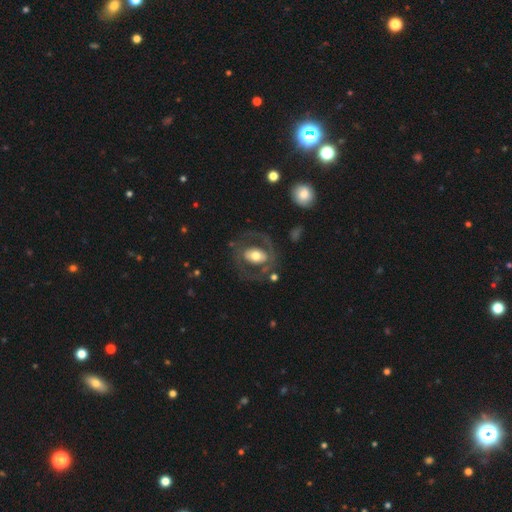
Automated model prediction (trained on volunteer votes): Smooth or featured?
  - featured or disk: 59% *
  - smooth: 35%
  - star or artifact: 6%
Edge-on disk?
  - no: 95% *
  - yes: 5%
Bar?
  - no: 54% *
  - weak: 25%
  - strong: 20%
Spiral arms?
  - no: 57% *
  - yes: 43%
Bulge size?
  - moderate: 58% *
  - large: 28%
  - small: 10%
  - dominant: 3%
  - none: 1%
Merging?
  - none: 68% *
  - major disturbance: 16%
  - minor disturbance: 14%
  - merger: 3%